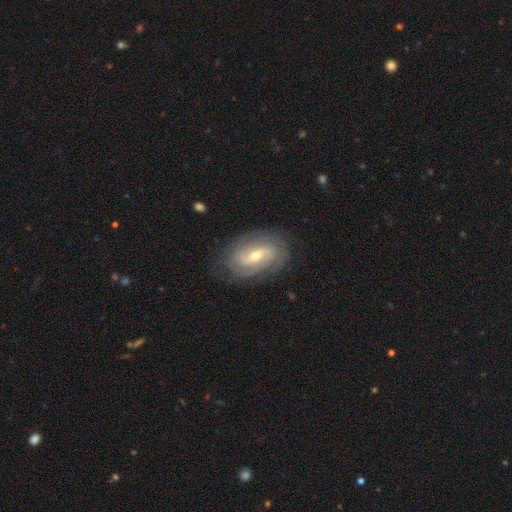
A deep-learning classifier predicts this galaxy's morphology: This is clearly a featured or disk galaxy (82%). It is clearly not viewed edge-on (95%). Bar: possibly weak (48%). Spiral arm pattern: clearly yes (93%). Spiral arm count: possibly 2 (60%). Spiral winding: possibly tight (51%). Central bulge: possibly moderate (52%). Merging: clearly none (80%).